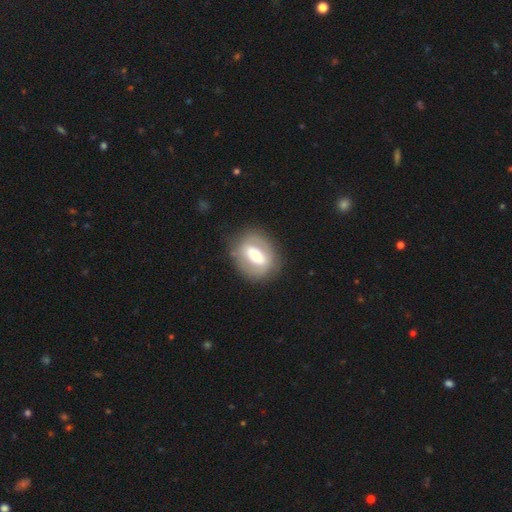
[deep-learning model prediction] A featured or disk galaxy (55%) with a strong bar (42%), no spiral arms (71%) and a moderate central bulge (59%).

Vote fractions:
- Smooth or featured? featured or disk: 55% / smooth: 39% / star or artifact: 7%
- Edge-on disk? no: 92% / yes: 8%
- Bar? strong: 42% / weak: 31% / no: 27%
- Spiral arms? no: 71% / yes: 29%
- Bulge size? moderate: 59% / small: 23% / large: 14% / dominant: 2% / none: 1%
- Merging? none: 77% / minor disturbance: 14% / major disturbance: 7% / merger: 2%